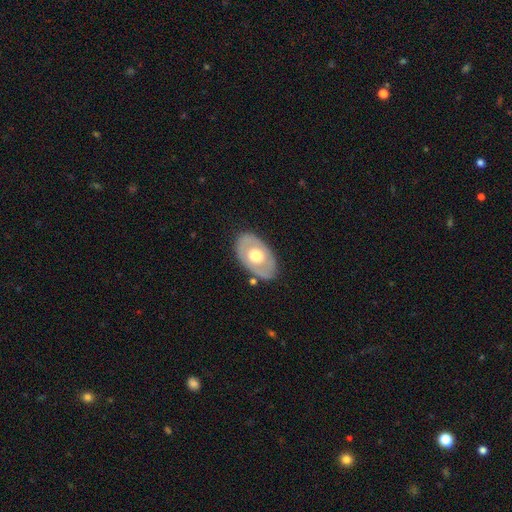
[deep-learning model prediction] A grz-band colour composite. It shows a featured or disk galaxy (52%). Merging: none (81%).